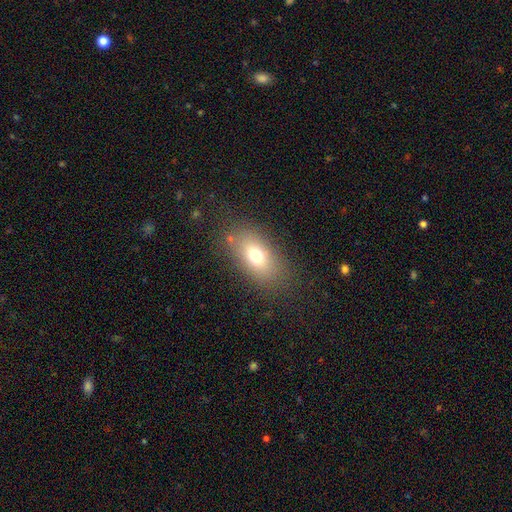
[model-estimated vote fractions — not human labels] Smooth or featured? smooth (71%)
How rounded? in between (84%)
Merging? none (80%)